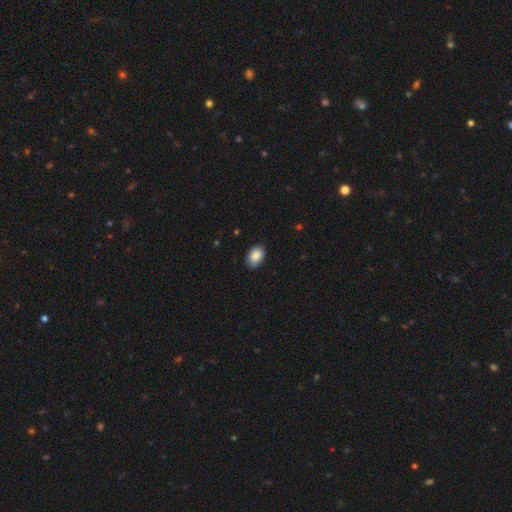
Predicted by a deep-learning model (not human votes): smooth 88%, star or artifact 7%, featured or disk 5%. Down the decision tree: how rounded — in between (86%); merging — none (85%).